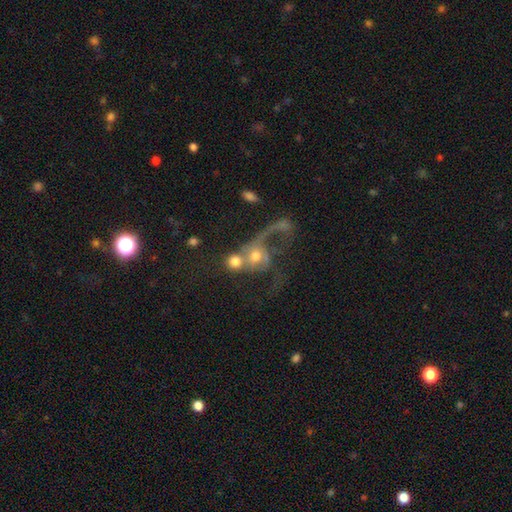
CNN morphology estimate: Q: Smooth or featured?
A: featured or disk (48%); runner-up: smooth (41%)
Q: Merging?
A: merger (62%); runner-up: major disturbance (20%)